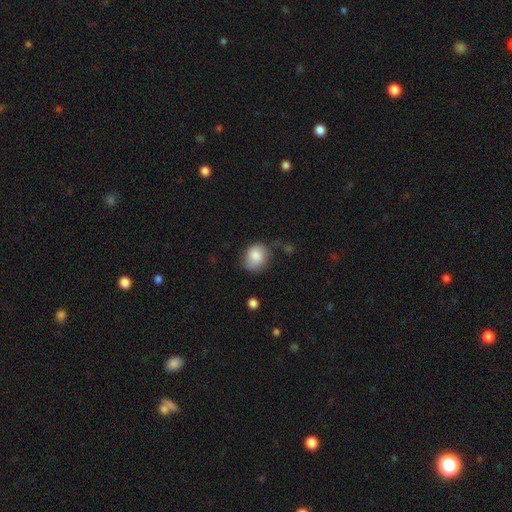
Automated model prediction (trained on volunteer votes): Smooth or featured?
  - smooth: 82% *
  - featured or disk: 10%
  - star or artifact: 8%
How rounded?
  - round: 61% *
  - in between: 38%
  - cigar-shaped: 1%
Merging?
  - none: 62% *
  - minor disturbance: 27%
  - major disturbance: 8%
  - merger: 3%